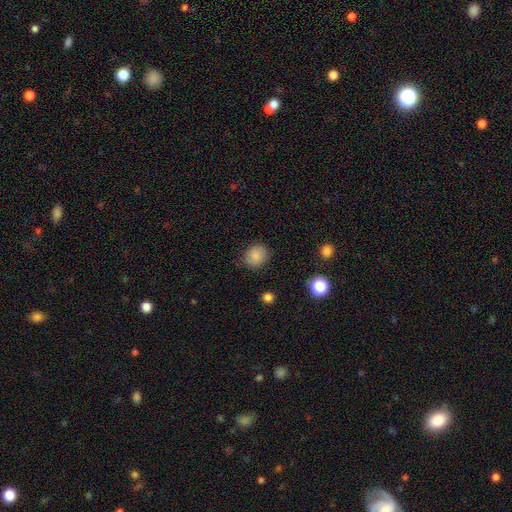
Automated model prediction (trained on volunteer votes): Smooth or featured? smooth (84%)
How rounded? round (69%)
Merging? none (85%)